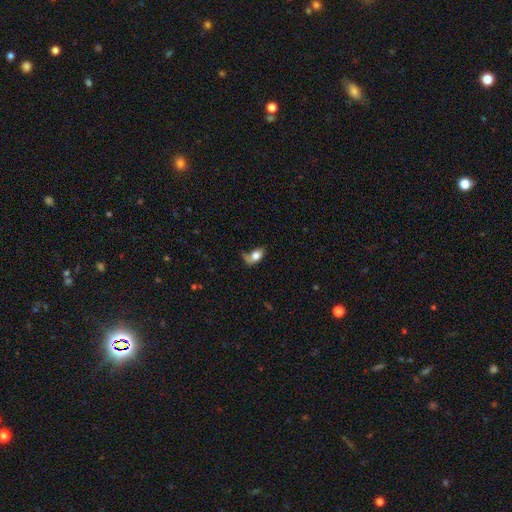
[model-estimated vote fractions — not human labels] A smooth galaxy with no disk features (69%) that is in between round and cigar-shaped (86%).

Vote fractions:
- Smooth or featured? smooth: 69% / featured or disk: 23% / star or artifact: 8%
- How rounded? in between: 86% / round: 10% / cigar-shaped: 4%
- Merging? none: 34% / major disturbance: 30% / minor disturbance: 28% / merger: 8%